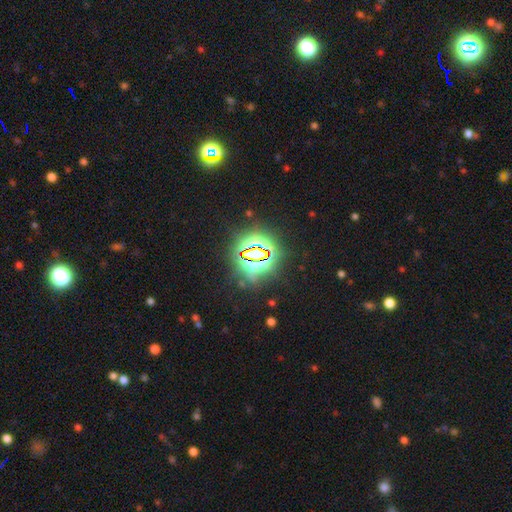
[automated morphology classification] A star or artifact, not a galaxy (79%).

Vote fractions:
- Smooth or featured? star or artifact: 79% / smooth: 13% / featured or disk: 8%